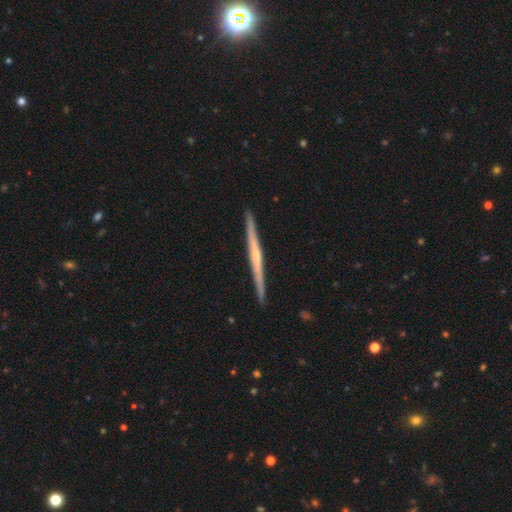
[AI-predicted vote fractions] Smooth or featured? Predicted: featured or disk (p=0.72). Edge-on disk? Predicted: yes (p=0.98). Edge-on bulge? Predicted: none (p=0.52). Merging? Predicted: none (p=0.92).